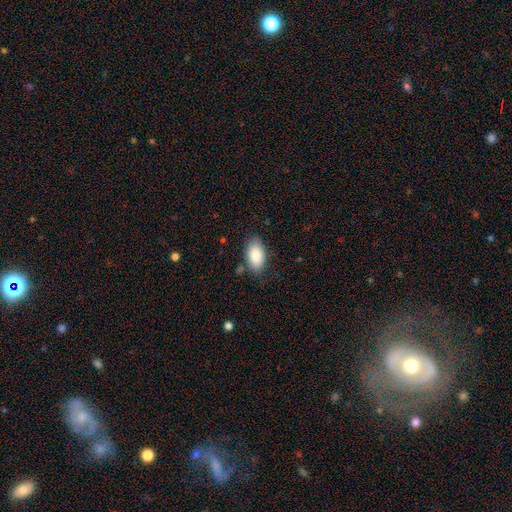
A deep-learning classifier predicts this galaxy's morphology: Overall: smooth (86%). How rounded: in between (94%). Merging: none (80%).